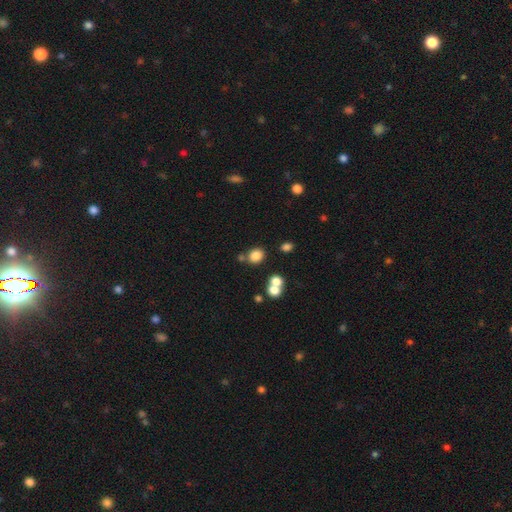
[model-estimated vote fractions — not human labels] A smooth galaxy with no disk features (81%) that is round (59%).

Vote fractions:
- Smooth or featured? smooth: 81% / star or artifact: 13% / featured or disk: 6%
- How rounded? round: 59% / in between: 40% / cigar-shaped: 1%
- Merging? none: 67% / merger: 18% / minor disturbance: 11% / major disturbance: 4%